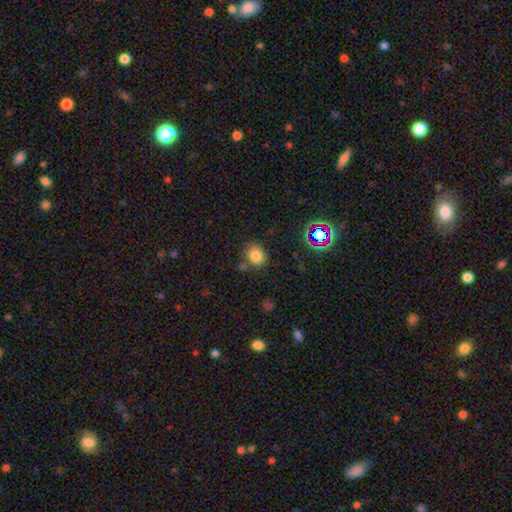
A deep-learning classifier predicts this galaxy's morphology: type=smooth (80%); roundness=round (60%); merging=none (71%).